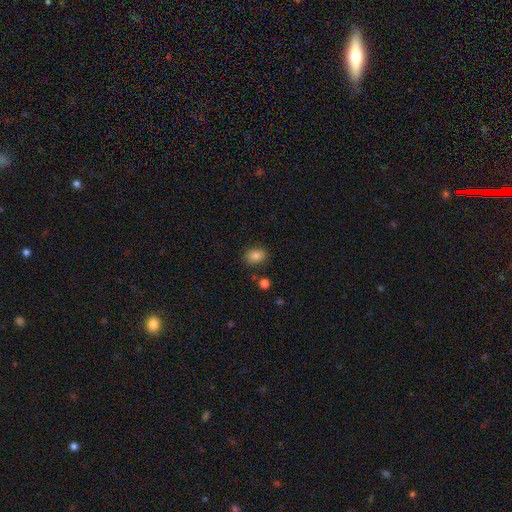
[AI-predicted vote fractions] smooth_or_featured: smooth (p=0.83) [alt: star or artifact p=0.10]
how_rounded: in between (p=0.62) [alt: round p=0.37]
merging: none (p=0.82) [alt: minor disturbance p=0.11]